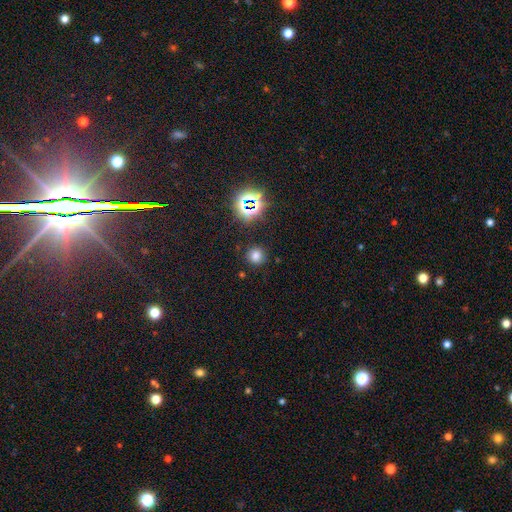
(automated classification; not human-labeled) Overall: smooth (70%). How rounded: round (90%). Merging: none (86%).